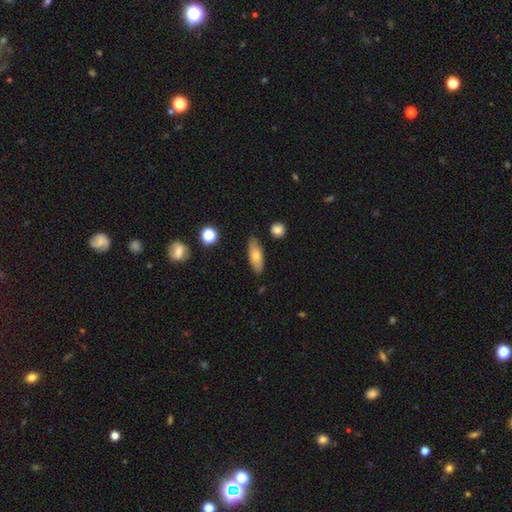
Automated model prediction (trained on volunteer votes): A smooth galaxy with no disk features (71%) that is in between round and cigar-shaped (67%). Merging: none (82%).